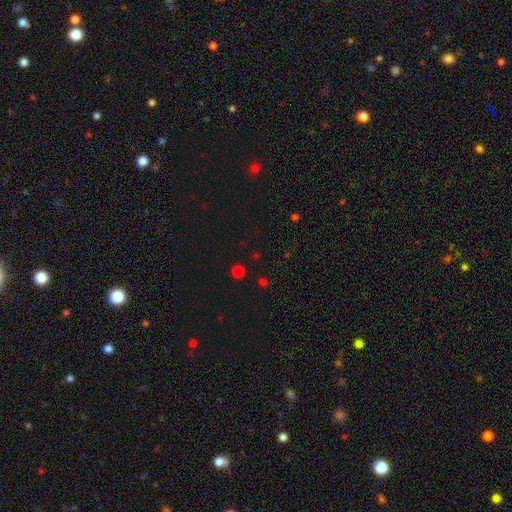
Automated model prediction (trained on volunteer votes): Smooth or featured? smooth (60%)
How rounded? round (90%)
Merging? none (88%)